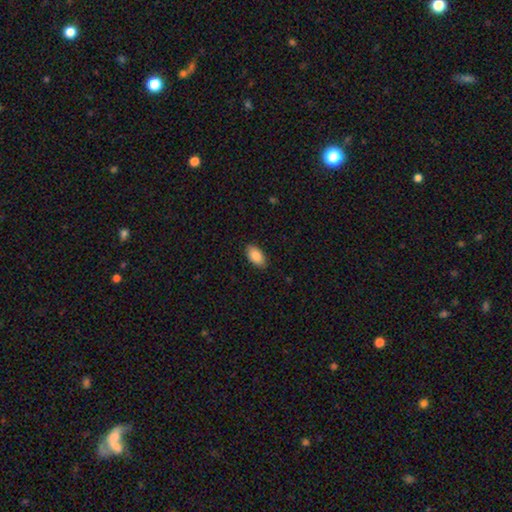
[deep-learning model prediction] A smooth galaxy with no disk features (87%) that is in between round and cigar-shaped (94%).

Vote fractions:
- Smooth or featured? smooth: 87% / star or artifact: 7% / featured or disk: 6%
- How rounded? in between: 94% / round: 3% / cigar-shaped: 2%
- Merging? none: 89% / minor disturbance: 8% / major disturbance: 2% / merger: 1%